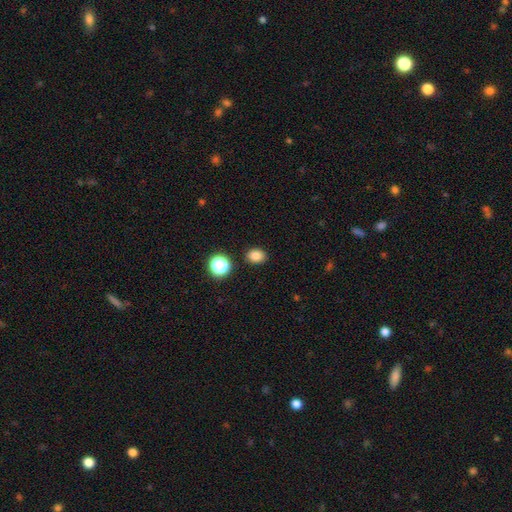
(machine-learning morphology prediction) type=smooth (83%); roundness=round (50%); merging=none (88%).